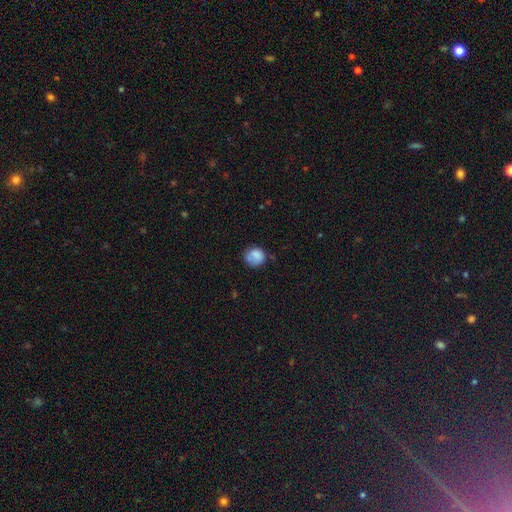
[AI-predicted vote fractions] Overall: smooth (81%). How rounded: round (82%). Merging: none (65%).